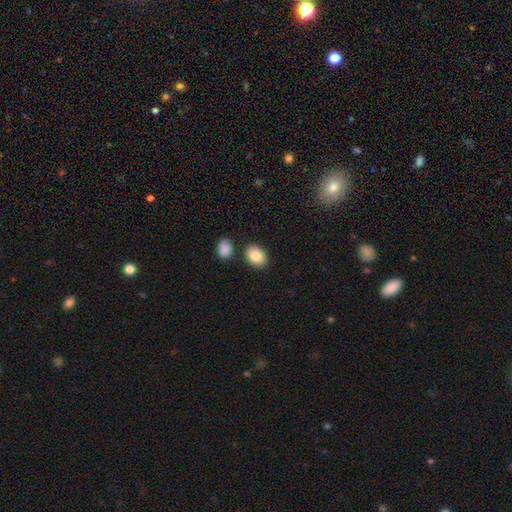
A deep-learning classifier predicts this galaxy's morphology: A smooth galaxy with no disk features (86%) that is in between round and cigar-shaped (71%). Merging: none (82%).